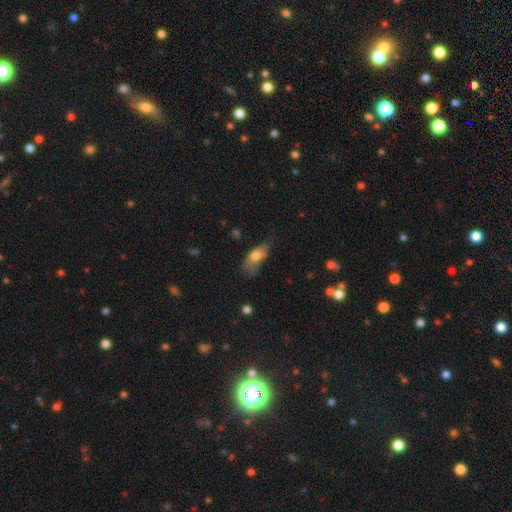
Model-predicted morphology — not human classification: smooth-or-featured: smooth: 70% | featured or disk: 22% | star or artifact: 7%
  how-rounded: in between: 80% | cigar-shaped: 16% | round: 4%
  merging: none: 46% | minor disturbance: 35% | major disturbance: 17% | merger: 3%